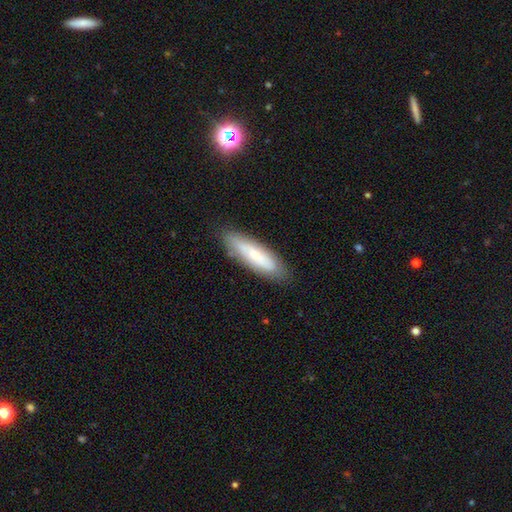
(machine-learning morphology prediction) smooth 60%, featured or disk 33%, star or artifact 7%. Down the decision tree: how rounded — cigar-shaped (66%); merging — none (85%).